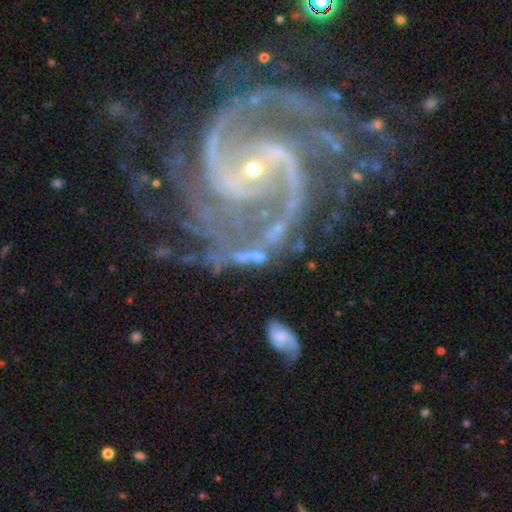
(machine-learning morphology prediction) The model was most divided on "spiral arm count": 2: 37%, can't tell: 26%, 3: 14%, 4: 8%, 1: 8%, more than 4: 8%. Remaining: edge-on disk — no (94%); spiral arms — yes (83%); smooth or featured — featured or disk (70%); bulge size — small (59%); merging — none (49%); bar — no (48%); spiral winding — tight (47%).